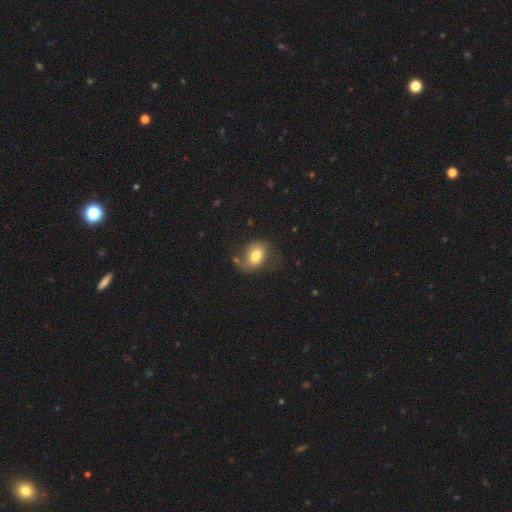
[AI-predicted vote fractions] smooth_or_featured: smooth (p=0.76) [alt: featured or disk p=0.16]
how_rounded: in between (p=0.75) [alt: round p=0.23]
merging: none (p=0.61) [alt: minor disturbance p=0.24]